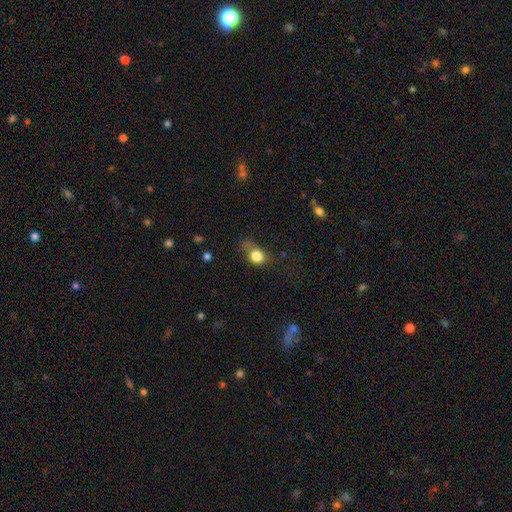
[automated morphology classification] smooth_or_featured: smooth (p=0.80) [alt: star or artifact p=0.11]
how_rounded: round (p=0.56) [alt: in between p=0.42]
merging: none (p=0.40) [alt: minor disturbance p=0.34]